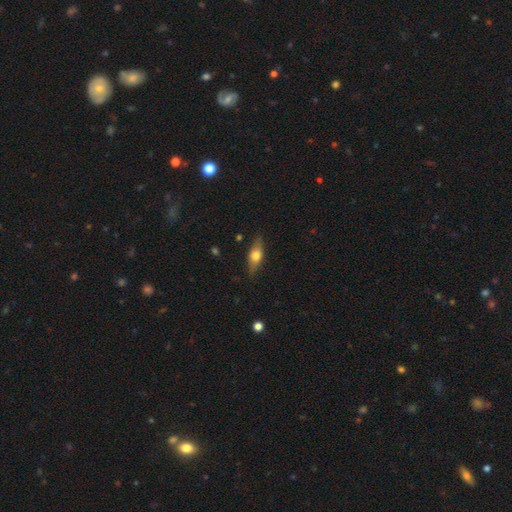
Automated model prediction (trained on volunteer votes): The model was most divided on "smooth or featured": smooth: 53%, featured or disk: 40%, star or artifact: 7%. More confident: merging — none (82%); how rounded — in between (63%).